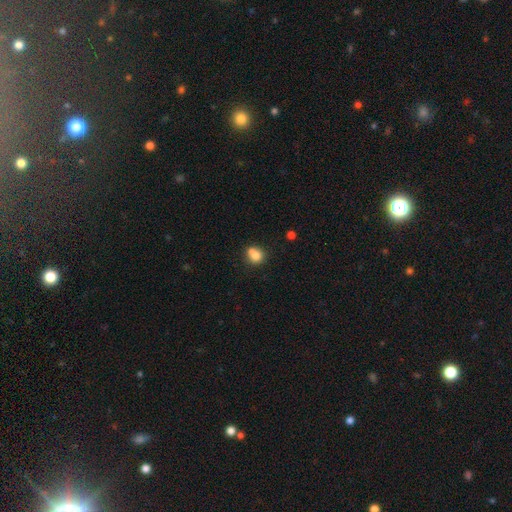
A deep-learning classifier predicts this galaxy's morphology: type=smooth (77%); roundness=round (72%); merging=merger (42%).